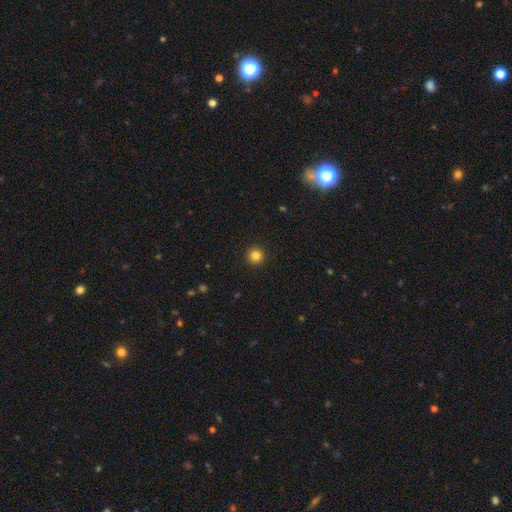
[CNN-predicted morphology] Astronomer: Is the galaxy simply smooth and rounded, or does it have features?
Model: smooth — 83%.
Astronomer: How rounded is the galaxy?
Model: round — 96%.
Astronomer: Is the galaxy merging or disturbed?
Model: none — 94%.